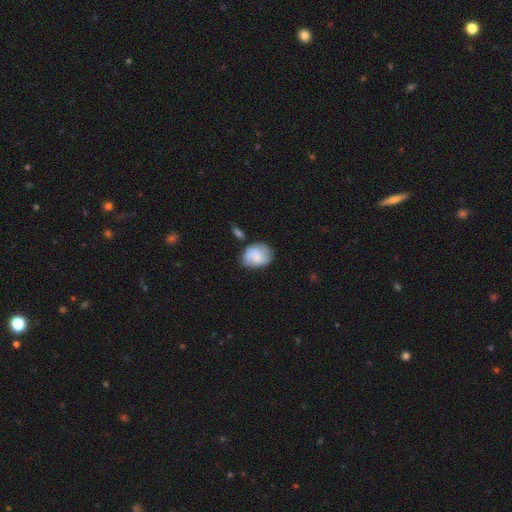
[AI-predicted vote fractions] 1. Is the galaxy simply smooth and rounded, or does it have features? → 69% smooth, 23% featured or disk, 7% star or artifact.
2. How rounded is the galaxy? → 62% in between, 37% round, 1% cigar-shaped.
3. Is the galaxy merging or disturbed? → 56% none, 26% minor disturbance, 10% merger, 7% major disturbance.